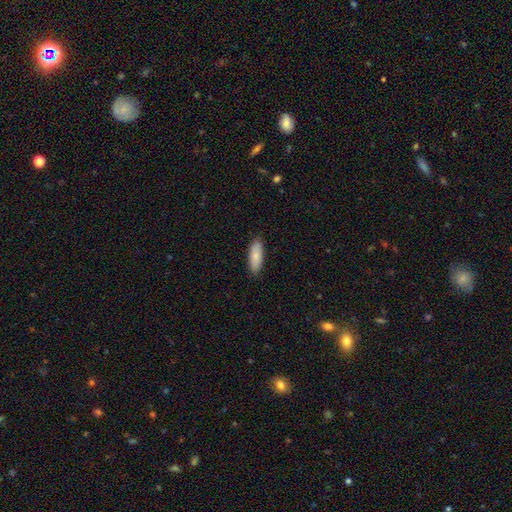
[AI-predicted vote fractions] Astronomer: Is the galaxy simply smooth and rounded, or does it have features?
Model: smooth — 82%.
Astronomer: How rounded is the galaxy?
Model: in between — 68%.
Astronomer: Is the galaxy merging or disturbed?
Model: none — 87%.